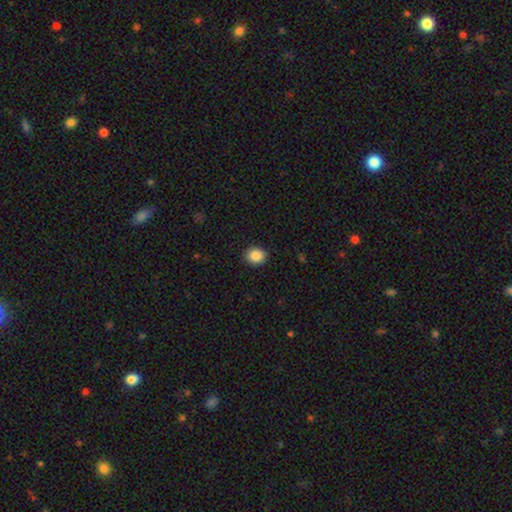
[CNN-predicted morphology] type=smooth (88%); roundness=round (73%); merging=none (90%).